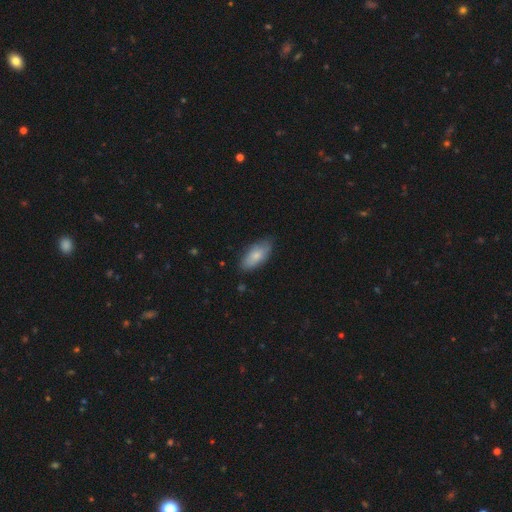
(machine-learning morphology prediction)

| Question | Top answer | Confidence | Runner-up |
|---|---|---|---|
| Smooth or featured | smooth | 77% | featured or disk (17%) |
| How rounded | in between | 88% | cigar-shaped (10%) |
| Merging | none | 77% | minor disturbance (19%) |